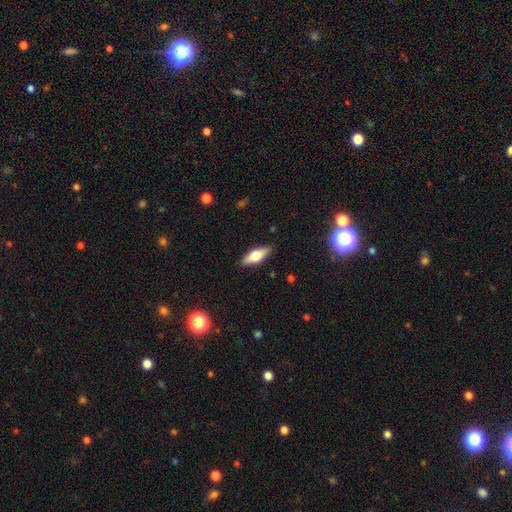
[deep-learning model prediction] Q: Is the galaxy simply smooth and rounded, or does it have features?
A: smooth — 55%.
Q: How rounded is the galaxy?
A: in between — 63%.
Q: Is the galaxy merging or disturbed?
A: none — 87%.